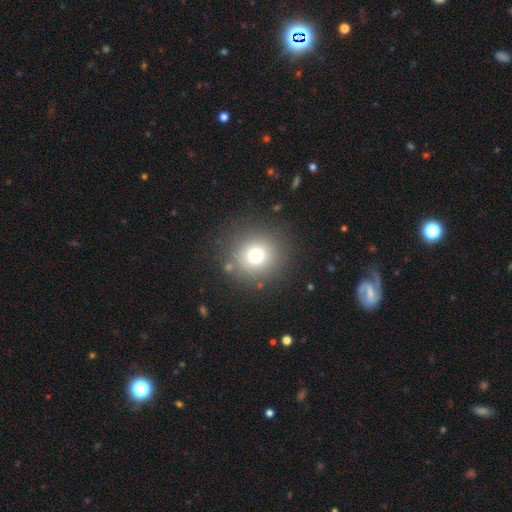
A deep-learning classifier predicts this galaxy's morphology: Smooth or featured?
  - smooth: 72% *
  - star or artifact: 17%
  - featured or disk: 11%
How rounded?
  - round: 94% *
  - in between: 5%
  - cigar-shaped: 1%
Merging?
  - none: 86% *
  - minor disturbance: 7%
  - major disturbance: 4%
  - merger: 3%